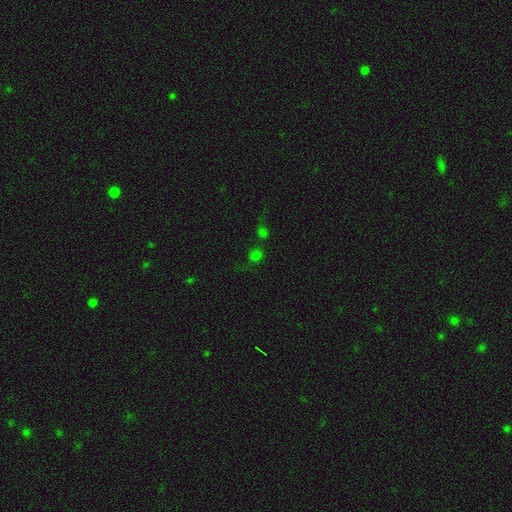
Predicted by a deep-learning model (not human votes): Smooth or featured: smooth — 57% (star or artifact — 36%)
How rounded: round — 71% (in between — 27%)
Merging: none — 61% (merger — 17%)